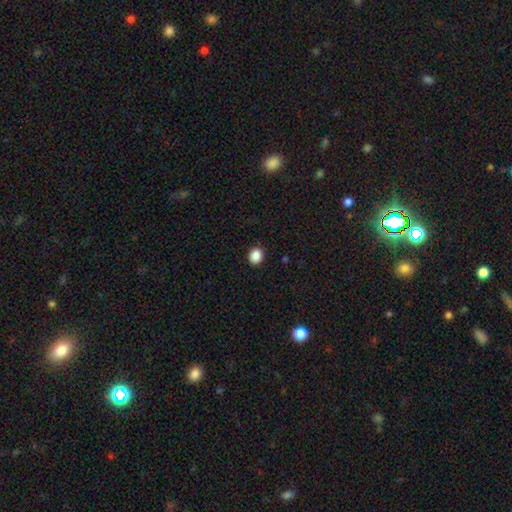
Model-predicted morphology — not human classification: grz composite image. It shows a smooth galaxy with no disk features (88%) that is round (74%). Merging: none (91%).